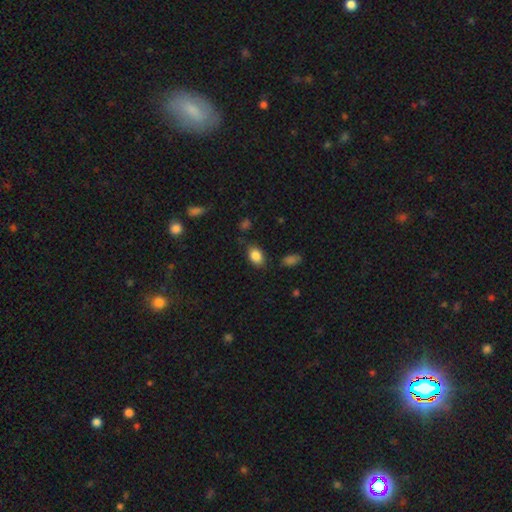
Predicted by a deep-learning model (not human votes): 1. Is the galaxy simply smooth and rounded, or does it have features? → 86% smooth, 9% star or artifact, 6% featured or disk.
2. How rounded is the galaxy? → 83% in between, 16% round, 1% cigar-shaped.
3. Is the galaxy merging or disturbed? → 79% none, 15% minor disturbance, 4% major disturbance, 2% merger.